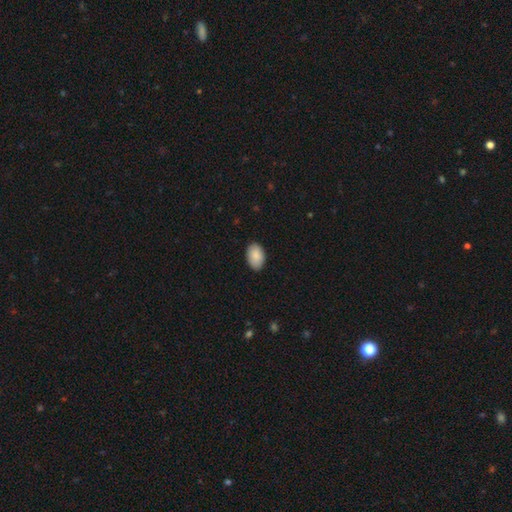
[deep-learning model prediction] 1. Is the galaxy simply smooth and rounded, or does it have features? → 89% smooth, 6% star or artifact, 5% featured or disk.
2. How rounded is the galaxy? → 92% in between, 7% round, 1% cigar-shaped.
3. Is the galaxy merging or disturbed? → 88% none, 9% minor disturbance, 2% major disturbance, 1% merger.